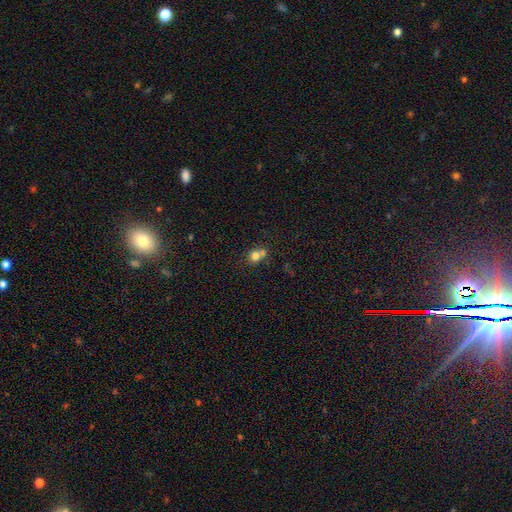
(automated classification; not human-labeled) Smooth or featured: smooth — 75% (star or artifact — 13%)
How rounded: round — 77% (in between — 22%)
Merging: merger — 46% (none — 41%)